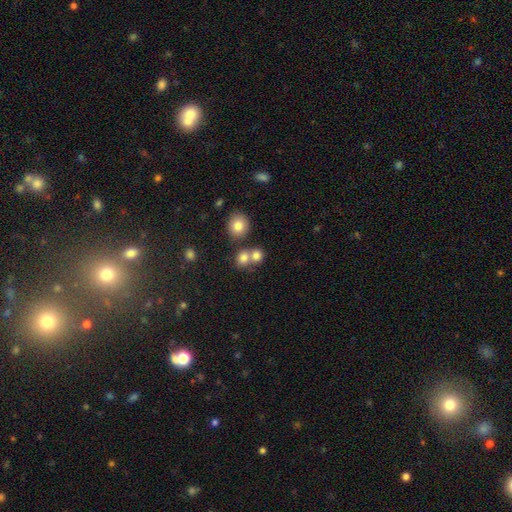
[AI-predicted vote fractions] A smooth galaxy with no disk features (78%) that is round (74%).

Vote fractions:
- Smooth or featured? smooth: 78% / star or artifact: 12% / featured or disk: 10%
- How rounded? round: 74% / in between: 25% / cigar-shaped: 1%
- Merging? merger: 48% / none: 41% / minor disturbance: 7% / major disturbance: 3%